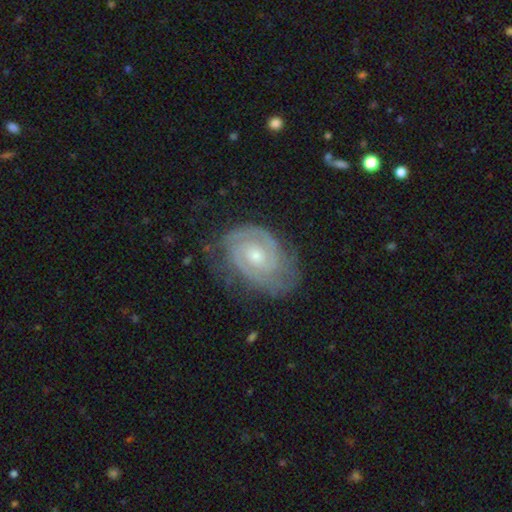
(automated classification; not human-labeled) smooth-or-featured: featured or disk: 88% | smooth: 7% | star or artifact: 5%
  disk-edge-on: no: 97% | yes: 3%
    bar: no: 64% | weak: 30% | strong: 6%
    has-spiral-arms: yes: 97% | no: 3%
      spiral-winding: tight: 74% | medium: 22% | loose: 4%
      spiral-arm-count: 2: 65% | can't tell: 15% | 3: 11% | 1: 4% | 4: 3% | more than 4: 3%
    bulge-size: small: 54% | moderate: 42% | large: 2% | none: 1% | dominant: 1%
  merging: none: 72% | minor disturbance: 20% | major disturbance: 7% | merger: 1%